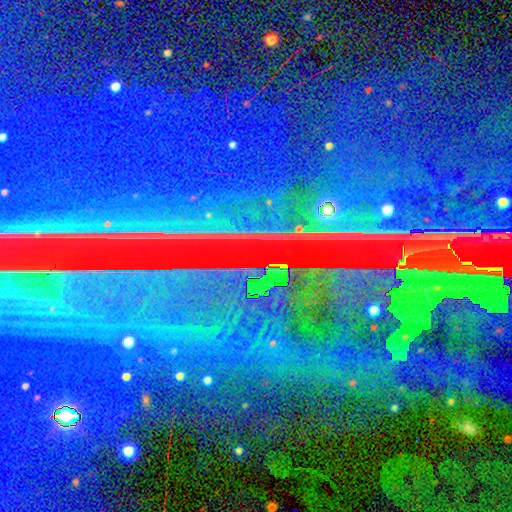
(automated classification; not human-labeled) Smooth or featured? star or artifact (77%)